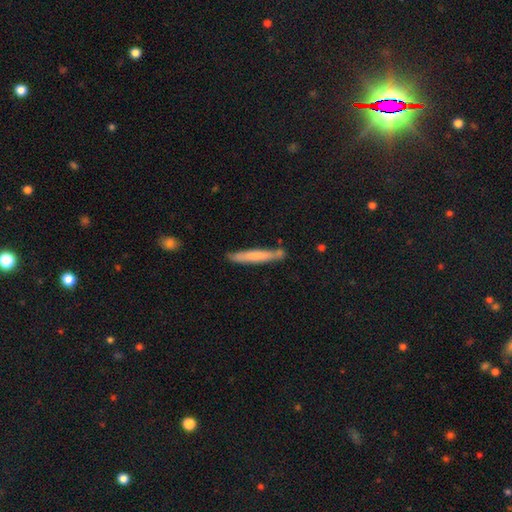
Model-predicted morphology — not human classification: Smooth or featured: smooth — 67% (featured or disk — 26%)
How rounded: cigar-shaped — 94% (in between — 4%)
Merging: none — 79% (minor disturbance — 14%)